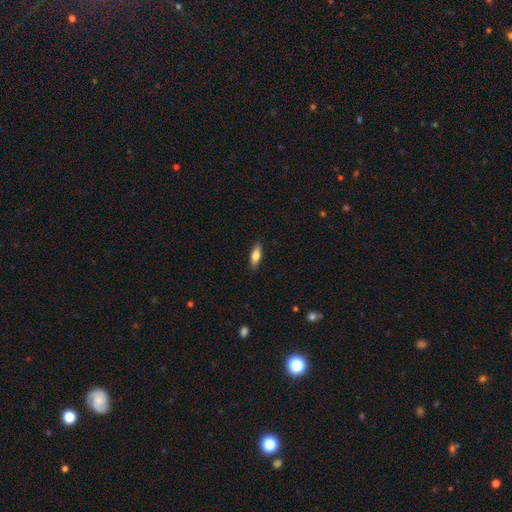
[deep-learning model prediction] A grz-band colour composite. It shows a smooth galaxy with no disk features (76%) that is in between round and cigar-shaped (62%). Merging: none (87%).